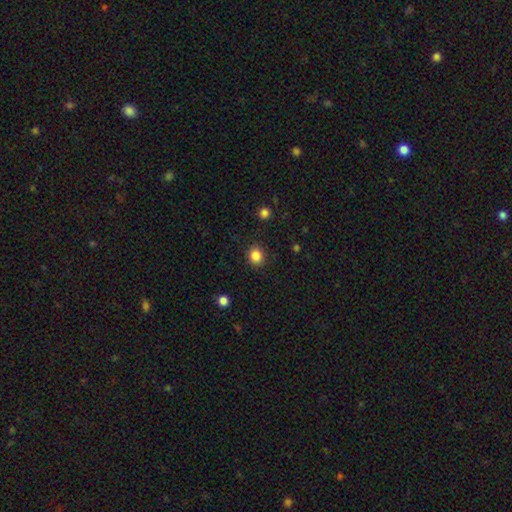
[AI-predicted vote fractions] This is clearly a smooth galaxy (85%). How rounded: clearly round (81%). Merging: clearly none (88%).